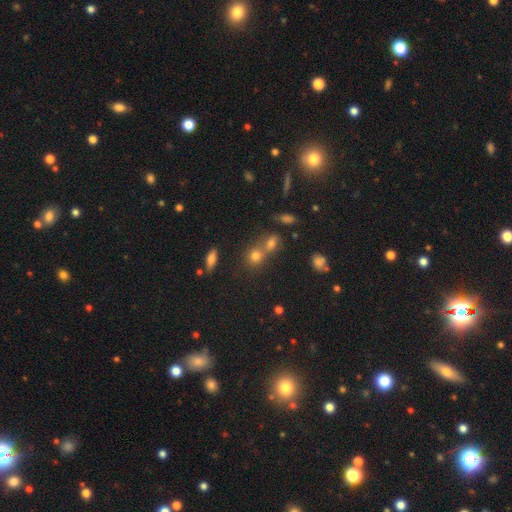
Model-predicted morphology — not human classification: The model was most divided on "merging": none: 52%, merger: 36%, minor disturbance: 8%, major disturbance: 4%. More confident: how rounded — round (75%); smooth or featured — smooth (56%).